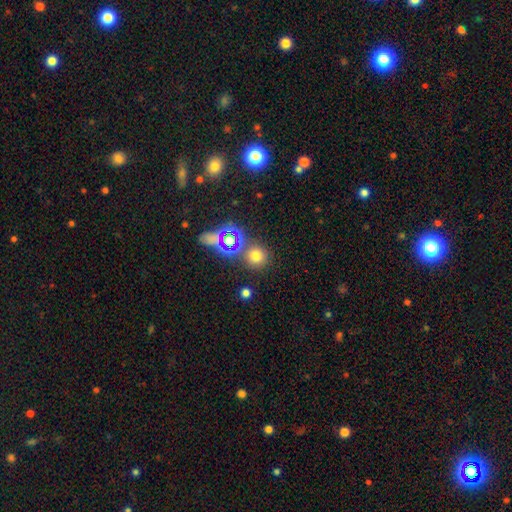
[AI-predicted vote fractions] Q: Smooth or featured?
A: smooth (66%); runner-up: star or artifact (26%)
Q: How rounded?
A: round (89%); runner-up: in between (10%)
Q: Merging?
A: none (77%); runner-up: merger (10%)